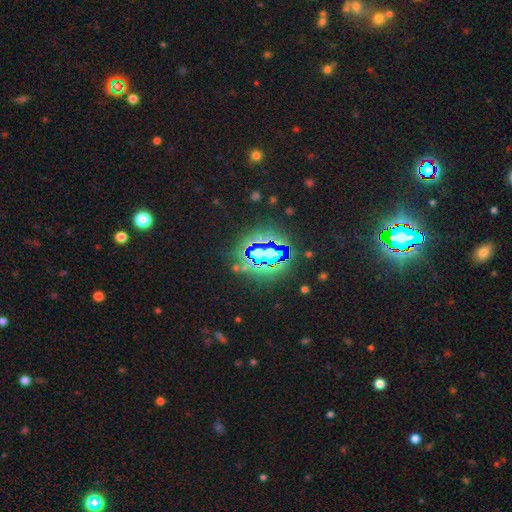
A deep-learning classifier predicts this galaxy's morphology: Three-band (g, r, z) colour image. It shows a star or artifact, not a galaxy (70%).